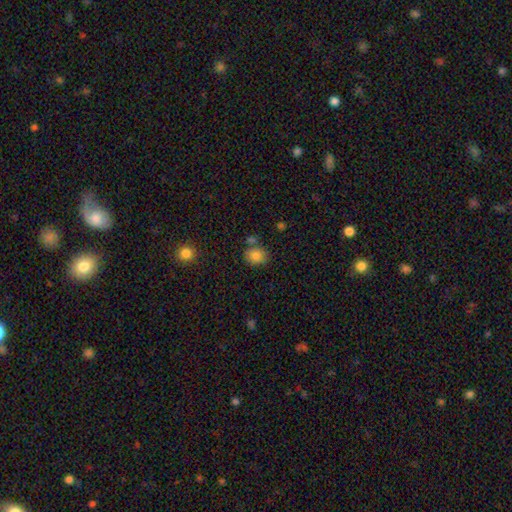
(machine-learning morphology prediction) Smooth or featured: smooth — 82% (star or artifact — 10%)
How rounded: round — 65% (in between — 34%)
Merging: none — 74% (minor disturbance — 12%)